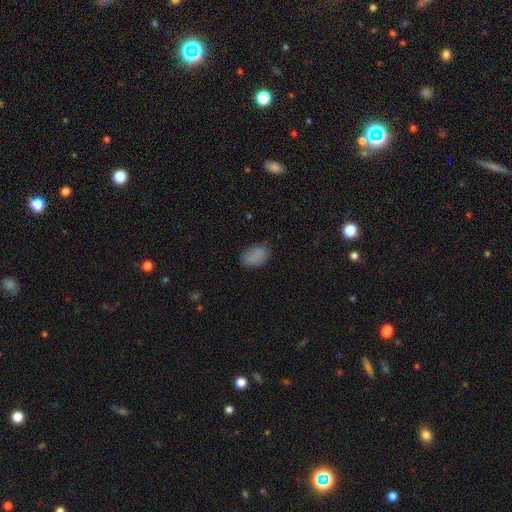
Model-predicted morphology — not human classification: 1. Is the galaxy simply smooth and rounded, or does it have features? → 84% smooth, 9% star or artifact, 6% featured or disk.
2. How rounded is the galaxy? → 86% in between, 13% round, 1% cigar-shaped.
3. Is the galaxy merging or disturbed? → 79% none, 16% minor disturbance, 4% major disturbance, 1% merger.